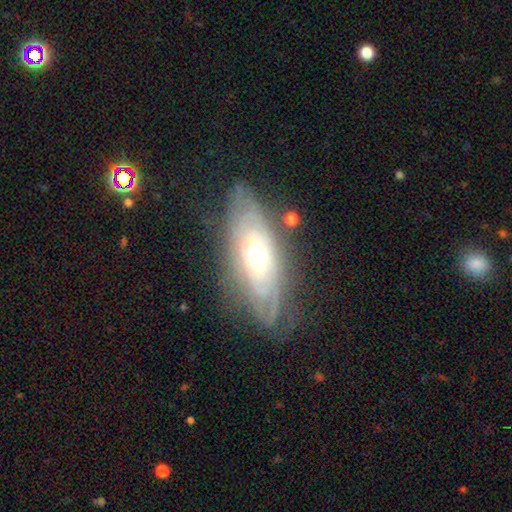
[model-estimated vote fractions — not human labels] Q: Smooth or featured?
A: featured or disk (75%); runner-up: smooth (19%)
Q: Edge-on disk?
A: no (79%); runner-up: yes (21%)
Q: Bar?
A: no (75%); runner-up: weak (19%)
Q: Spiral arms?
A: yes (71%); runner-up: no (29%)
Q: Bulge size?
A: moderate (66%); runner-up: large (22%)
Q: Merging?
A: none (68%); runner-up: minor disturbance (21%)